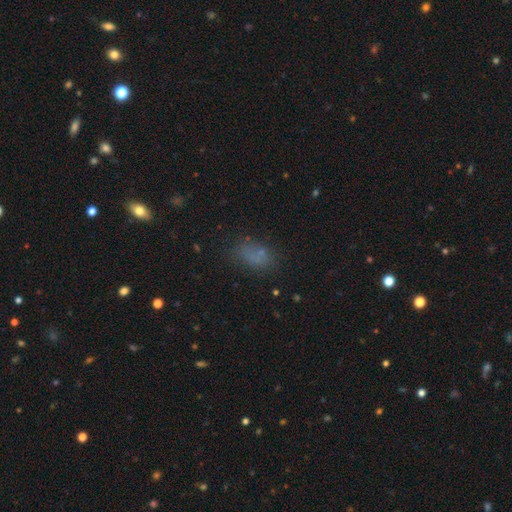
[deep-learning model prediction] smooth_or_featured: smooth (p=0.65) [alt: star or artifact p=0.20]
how_rounded: in between (p=0.84) [alt: round p=0.11]
merging: none (p=0.59) [alt: minor disturbance p=0.21]